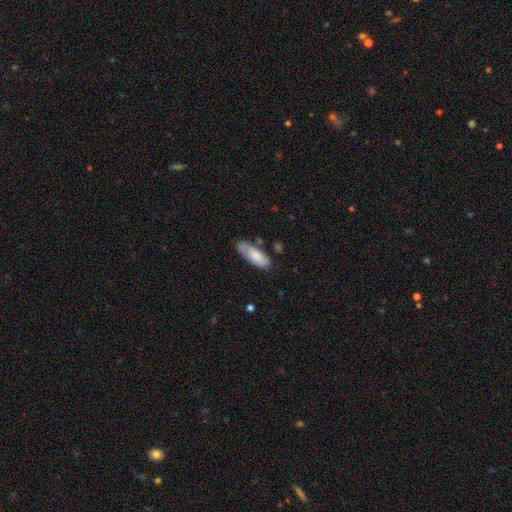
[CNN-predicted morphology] smooth-or-featured: smooth: 73% | featured or disk: 21% | star or artifact: 6%
  how-rounded: in between: 71% | cigar-shaped: 28% | round: 2%
  merging: none: 62% | minor disturbance: 25% | major disturbance: 7% | merger: 5%